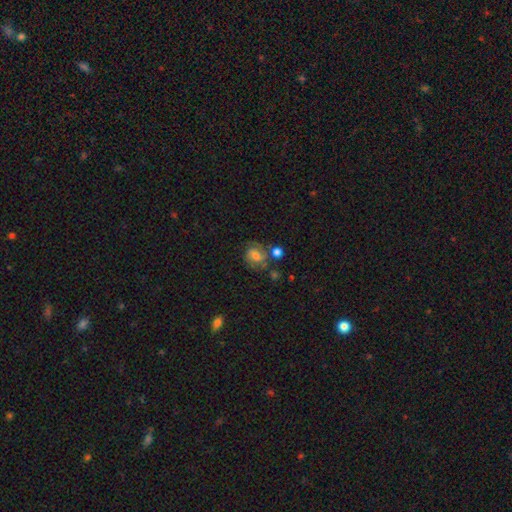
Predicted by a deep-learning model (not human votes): A featured or disk galaxy (54%) with a weak bar (44%), spiral arms (87%) and a moderate central bulge (48%). Merging: none (58%).